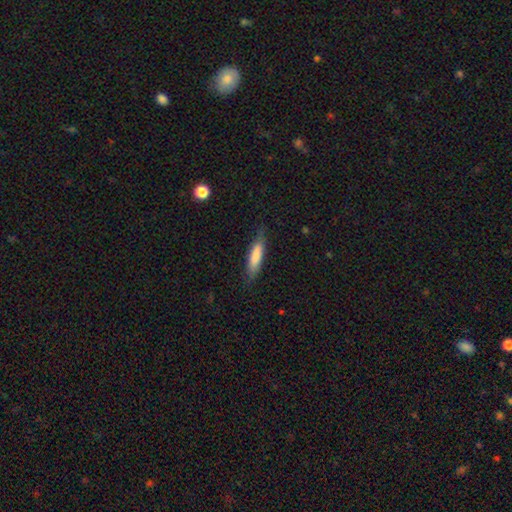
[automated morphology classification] smooth_or_featured: smooth (p=0.80) [alt: featured or disk p=0.14]
how_rounded: cigar-shaped (p=0.69) [alt: in between p=0.30]
merging: none (p=0.76) [alt: minor disturbance p=0.18]